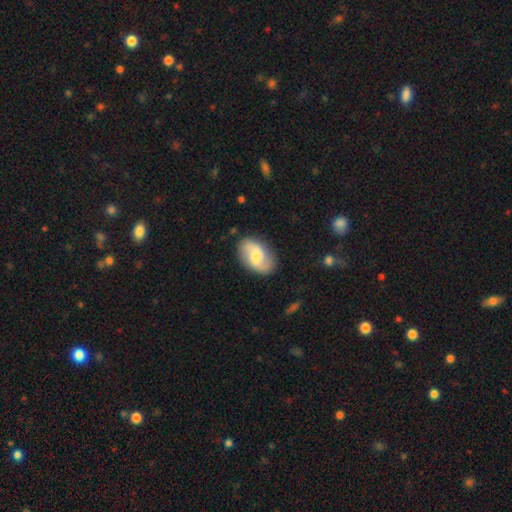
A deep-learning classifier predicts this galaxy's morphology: This appears to be a featured or disk galaxy (58%) with a weak bar (47%), spiral arms (88%) and a moderate central bulge (53%). Merging: none (85%).